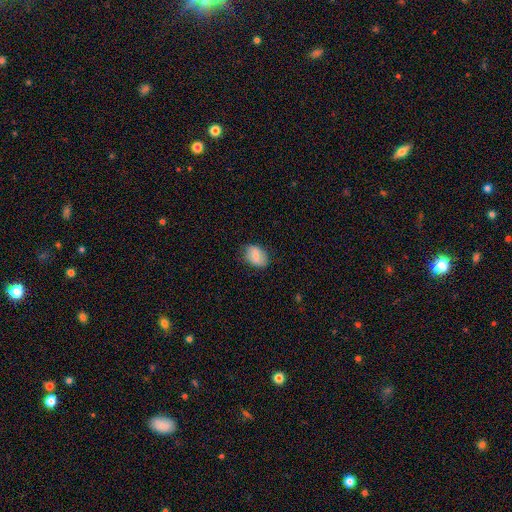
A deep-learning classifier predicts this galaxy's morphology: smooth-or-featured: smooth: 71% | featured or disk: 21% | star or artifact: 7%
  how-rounded: in between: 78% | round: 21% | cigar-shaped: 1%
  merging: none: 77% | minor disturbance: 18% | major disturbance: 4% | merger: 1%